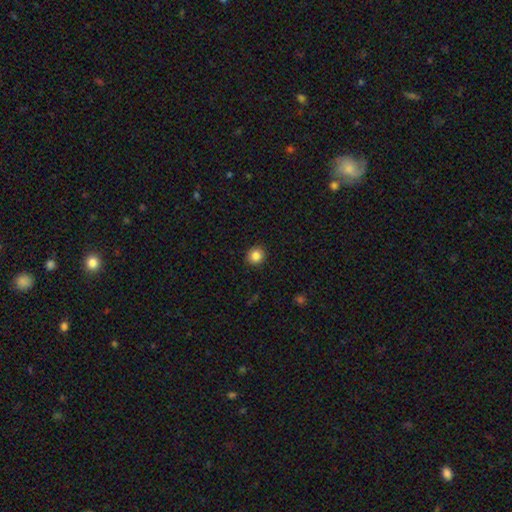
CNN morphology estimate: Overall: smooth (85%). How rounded: round (88%). Merging: none (92%).